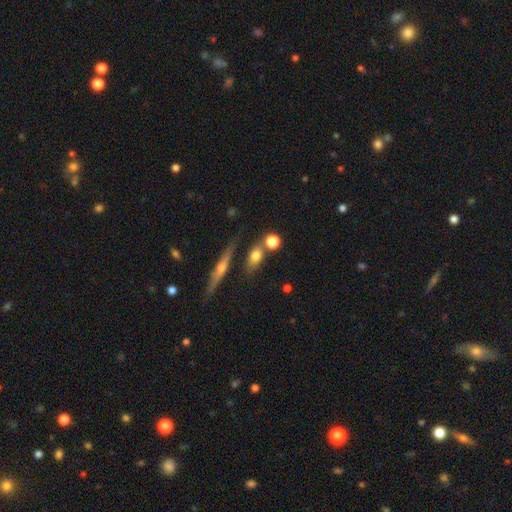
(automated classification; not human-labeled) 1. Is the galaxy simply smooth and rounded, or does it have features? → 70% smooth, 20% featured or disk, 11% star or artifact.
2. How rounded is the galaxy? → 50% in between, 36% round, 14% cigar-shaped.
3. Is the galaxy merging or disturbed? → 61% none, 22% merger, 12% minor disturbance, 5% major disturbance.